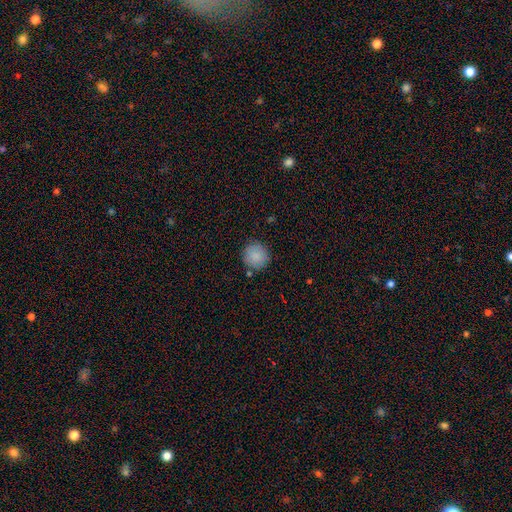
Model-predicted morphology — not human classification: Smooth or featured: smooth — 87% (star or artifact — 8%)
How rounded: round — 94% (in between — 5%)
Merging: none — 84% (minor disturbance — 10%)